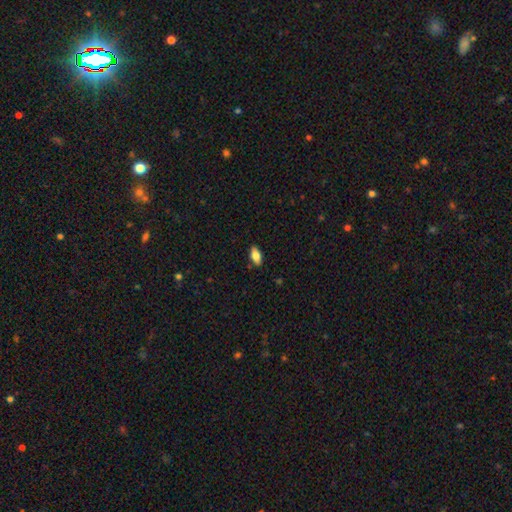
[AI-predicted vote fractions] Smooth or featured?
  - smooth: 77% *
  - featured or disk: 16%
  - star or artifact: 7%
How rounded?
  - in between: 87% *
  - cigar-shaped: 10%
  - round: 3%
Merging?
  - none: 87% *
  - minor disturbance: 10%
  - major disturbance: 2%
  - merger: 1%